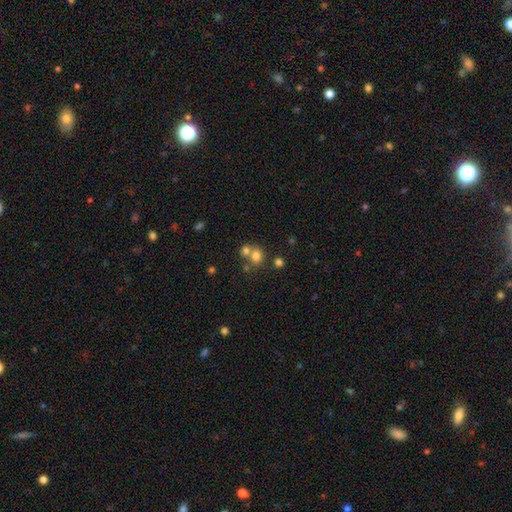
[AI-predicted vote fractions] Q: Smooth or featured?
A: smooth (74%); runner-up: star or artifact (14%)
Q: How rounded?
A: round (72%); runner-up: in between (27%)
Q: Merging?
A: merger (46%); runner-up: none (43%)